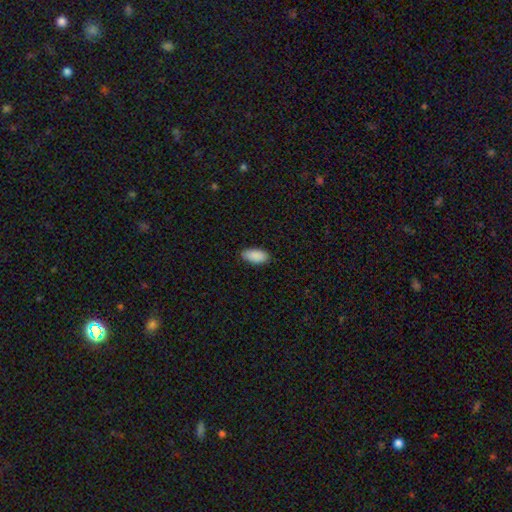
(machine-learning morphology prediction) A smooth galaxy with no disk features (91%) that is in between round and cigar-shaped (93%). Merging: none (86%).